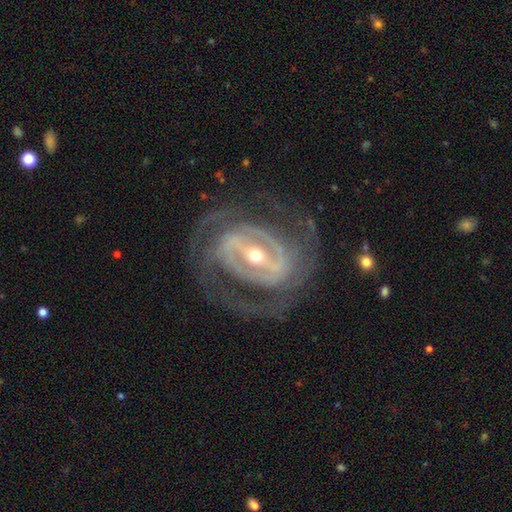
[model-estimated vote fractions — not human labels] A featured or disk galaxy (90%) with a strong bar (64%), 2 (46%) tight (56%) spiral arms (88%) and a moderate central bulge (55%).

Vote fractions:
- Smooth or featured? featured or disk: 90% / smooth: 5% / star or artifact: 5%
- Edge-on disk? no: 95% / yes: 5%
- Bar? strong: 64% / weak: 26% / no: 10%
- Spiral arms? yes: 88% / no: 12%
- Spiral winding? tight: 56% / medium: 34% / loose: 11%
- Spiral arm count? 2: 46% / can't tell: 22% / 3: 16% / 4: 6% / 1: 5% / more than 4: 4%
- Bulge size? moderate: 55% / small: 40% / large: 4% / dominant: 1% / none: 1%
- Merging? none: 70% / major disturbance: 15% / minor disturbance: 14% / merger: 1%